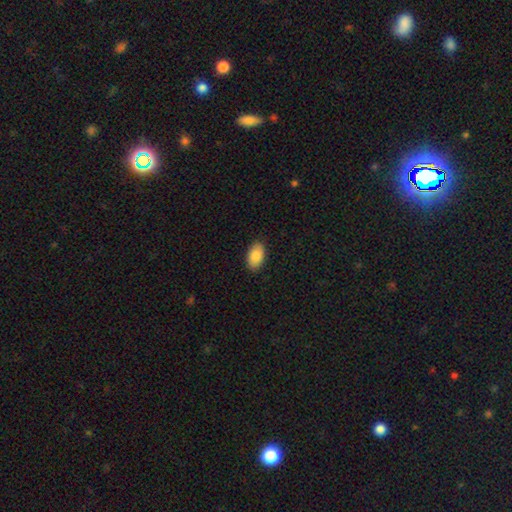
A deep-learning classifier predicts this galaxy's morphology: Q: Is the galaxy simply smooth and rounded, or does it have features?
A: smooth — 88%.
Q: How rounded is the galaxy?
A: in between — 94%.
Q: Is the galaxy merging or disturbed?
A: none — 89%.